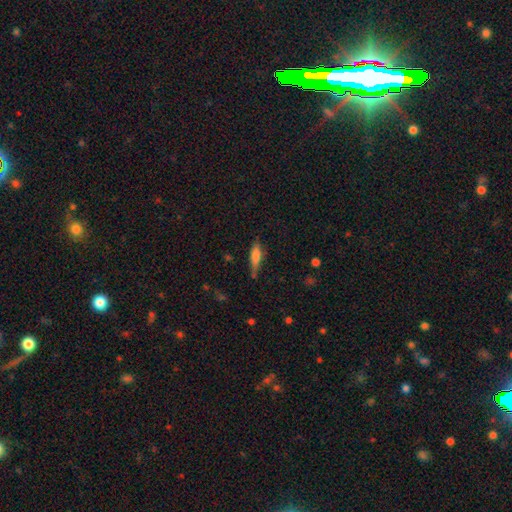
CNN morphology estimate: Smooth or featured? Predicted: smooth (p=0.66). How rounded? Predicted: cigar-shaped (p=0.66). Merging? Predicted: none (p=0.67).